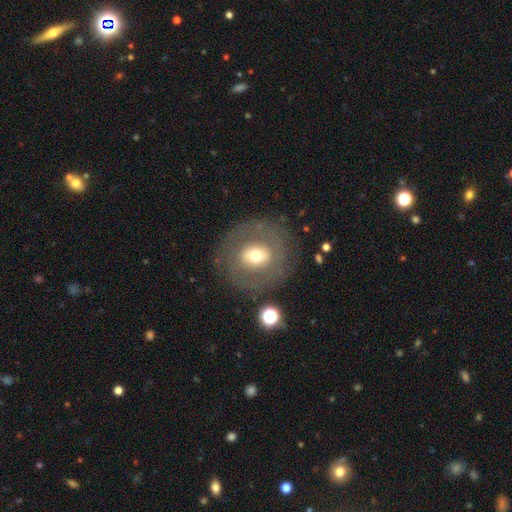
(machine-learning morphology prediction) smooth_or_featured: smooth (p=0.47) [alt: featured or disk p=0.43]
merging: none (p=0.80) [alt: minor disturbance p=0.10]